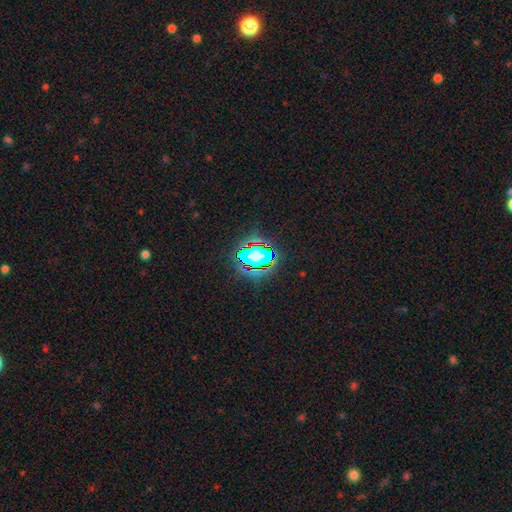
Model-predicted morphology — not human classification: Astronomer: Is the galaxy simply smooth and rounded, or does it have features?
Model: star or artifact — 50% (runner-up: smooth, 34%).